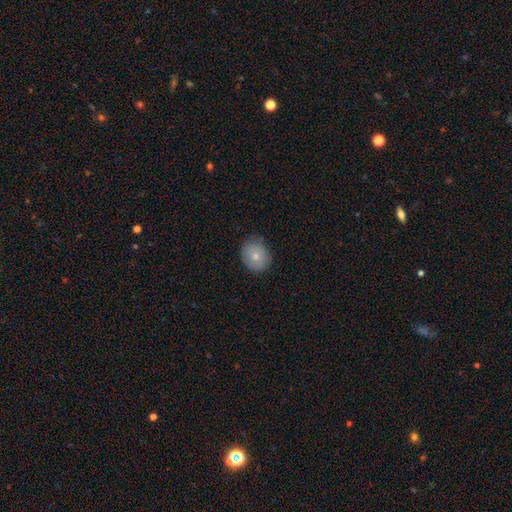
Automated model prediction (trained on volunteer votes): Smooth or featured: smooth — 77% (featured or disk — 15%)
How rounded: round — 56% (in between — 43%)
Merging: none — 77% (minor disturbance — 19%)